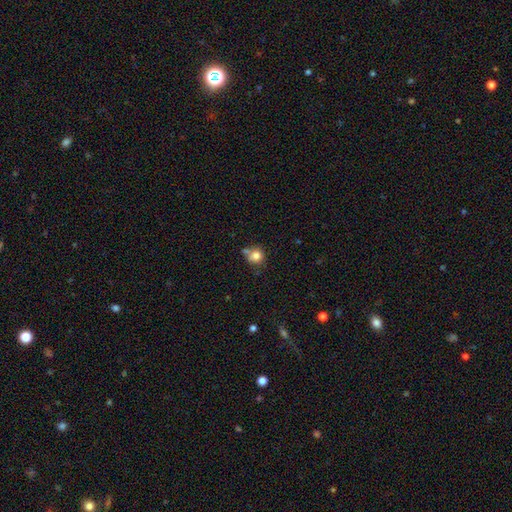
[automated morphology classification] This is likely a smooth galaxy (80%). How rounded: clearly round (86%). Merging: possibly none (56%).